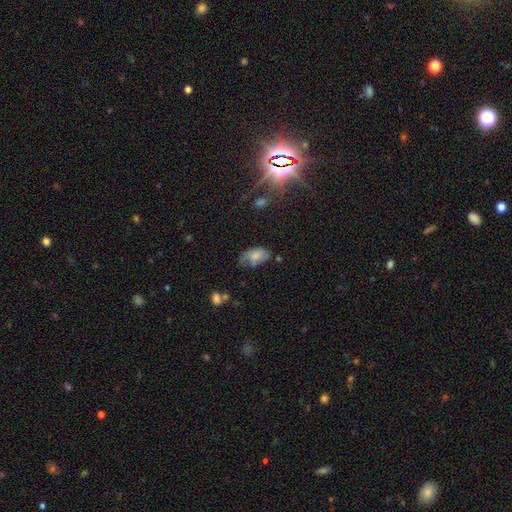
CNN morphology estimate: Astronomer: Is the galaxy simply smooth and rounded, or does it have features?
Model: smooth — 68%.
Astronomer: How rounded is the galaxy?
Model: in between — 92%.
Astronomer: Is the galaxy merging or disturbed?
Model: none — 40% (runner-up: minor disturbance, 36%).